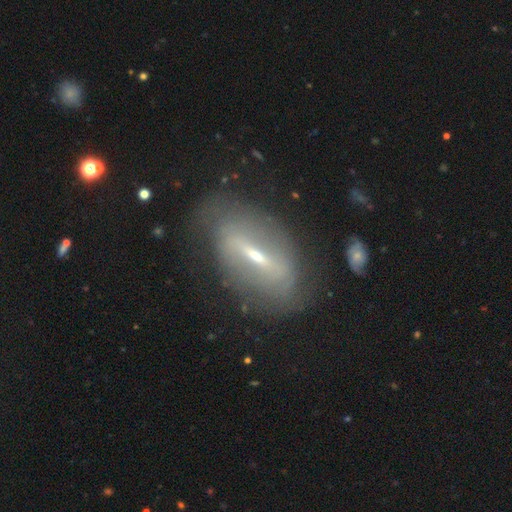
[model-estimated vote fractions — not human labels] The model was most divided on "spiral arms": yes: 52%, no: 48%. More confident: smooth or featured — featured or disk (77%); merging — none (74%); edge-on disk — no (73%); bar — strong (66%); bulge size — small (63%).